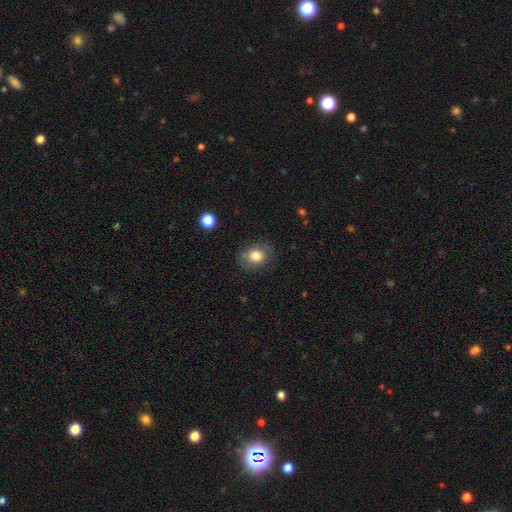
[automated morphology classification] This is likely a smooth galaxy (80%). How rounded: possibly in between (52%). Merging: likely none (77%).